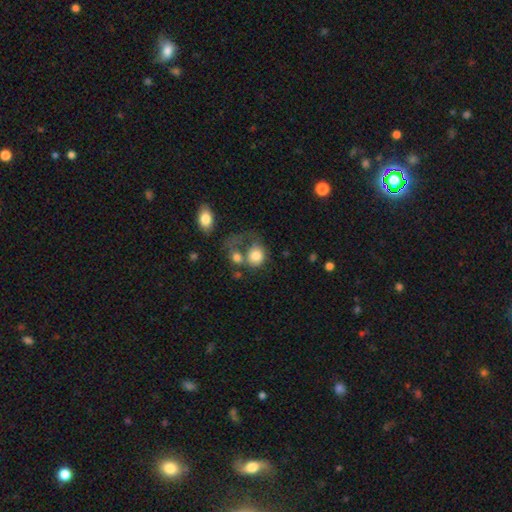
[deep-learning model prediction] smooth 78%, featured or disk 13%, star or artifact 8%. Down the decision tree: how rounded — round (69%); merging — merger (33%).